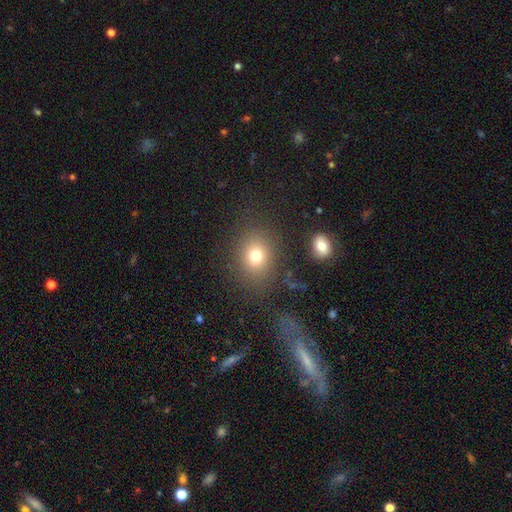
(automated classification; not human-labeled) The model was most divided on "how rounded": round: 59%, in between: 40%, cigar-shaped: 1%. More confident: merging — none (81%); smooth or featured — smooth (76%).